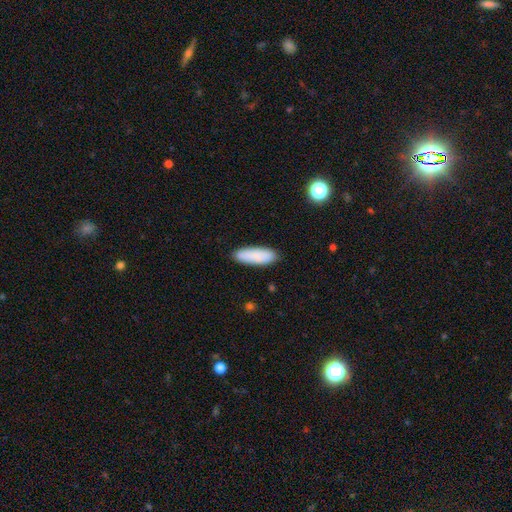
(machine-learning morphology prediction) smooth-or-featured: smooth: 87% | featured or disk: 7% | star or artifact: 6%
  how-rounded: in between: 61% | cigar-shaped: 37% | round: 2%
  merging: none: 88% | minor disturbance: 9% | major disturbance: 2% | merger: 1%